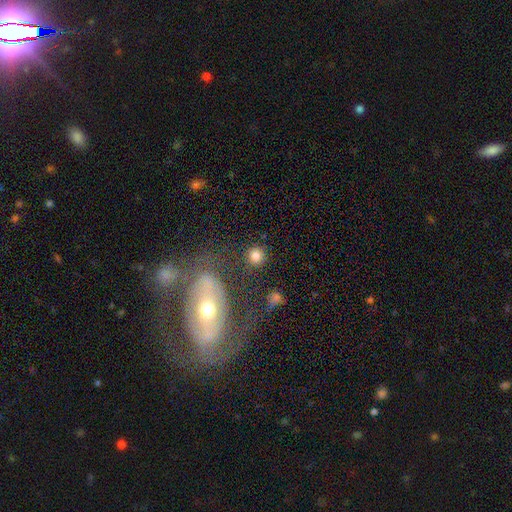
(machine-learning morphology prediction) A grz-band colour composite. It shows a smooth galaxy with no disk features (80%) that is round (90%). Merging: none (81%).